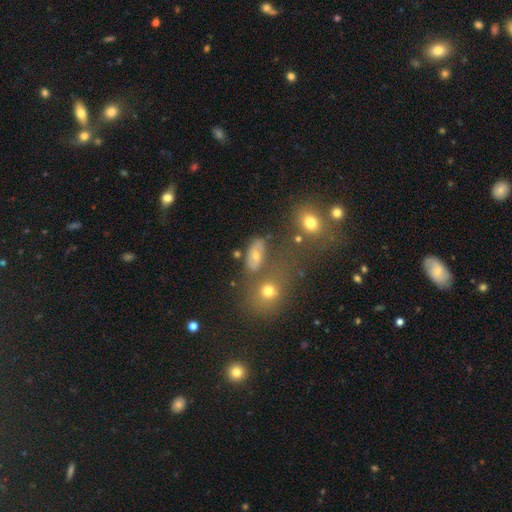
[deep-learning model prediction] This appears to be a smooth galaxy with no disk features (59%) that is in between round and cigar-shaped (75%). Merging: none (59%).